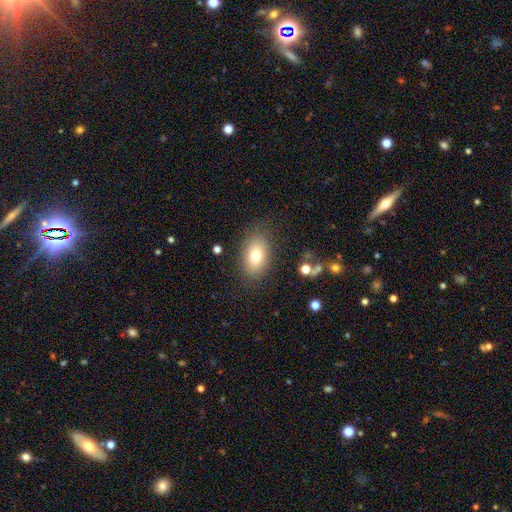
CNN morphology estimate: smooth 75%, featured or disk 15%, star or artifact 10%. Down the decision tree: how rounded — in between (86%); merging — none (81%).